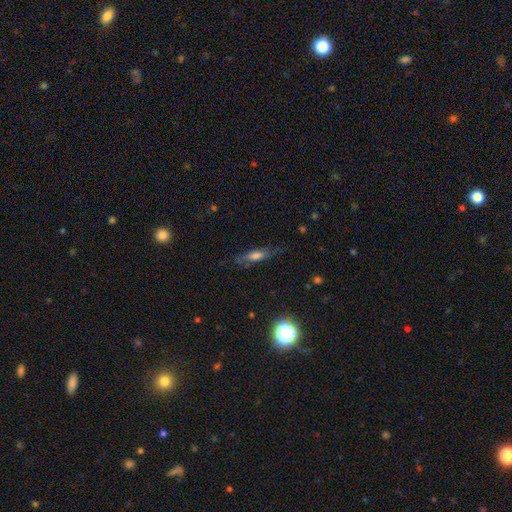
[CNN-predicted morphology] smooth-or-featured: smooth: 55% | featured or disk: 34% | star or artifact: 11%
  how-rounded: cigar-shaped: 68% | in between: 29% | round: 3%
  merging: none: 73% | minor disturbance: 19% | major disturbance: 7% | merger: 2%